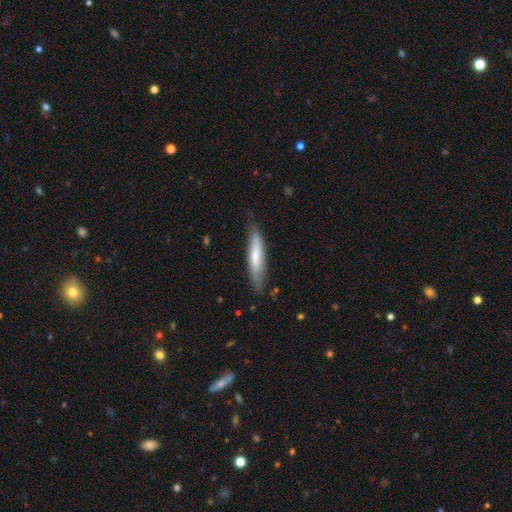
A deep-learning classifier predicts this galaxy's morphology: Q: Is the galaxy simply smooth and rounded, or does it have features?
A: smooth — 66%.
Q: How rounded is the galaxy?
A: cigar-shaped — 82%.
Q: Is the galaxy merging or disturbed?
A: none — 74%.